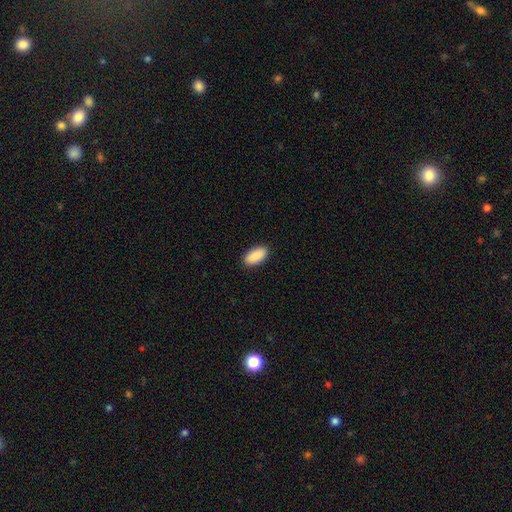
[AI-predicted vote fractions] smooth 91%, star or artifact 6%, featured or disk 3%. Down the decision tree: how rounded — in between (94%); merging — none (91%).